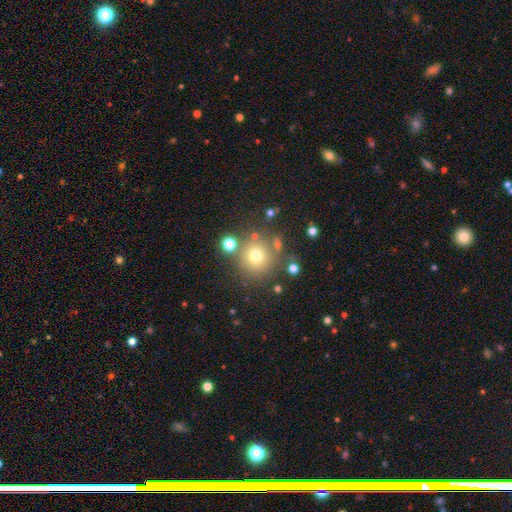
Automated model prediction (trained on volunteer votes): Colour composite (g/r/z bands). It shows a smooth galaxy with no disk features (71%) that is round (92%). Merging: none (75%).